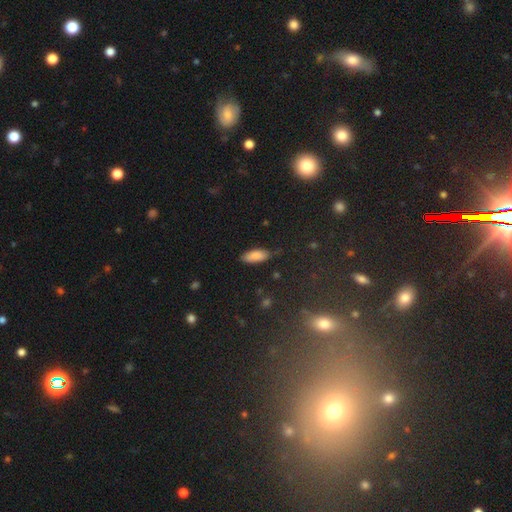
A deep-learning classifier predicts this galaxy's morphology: This appears to be a smooth galaxy with no disk features (84%) that is in between round and cigar-shaped (80%). Merging: none (73%).